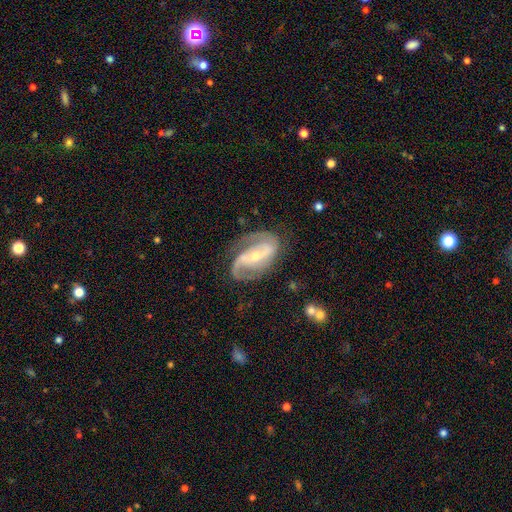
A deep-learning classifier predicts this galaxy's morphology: A featured or disk galaxy (89%) with a strong bar (49%), 2 (86%) medium (49%) spiral arms (96%) and a small central bulge (55%). Merging: none (72%).